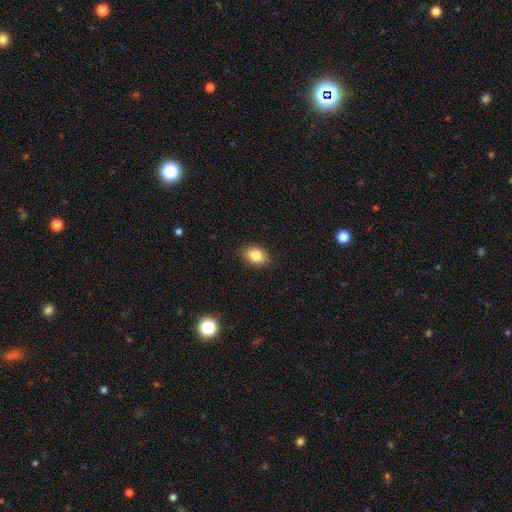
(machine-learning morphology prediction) A smooth galaxy with no disk features (84%) that is in between round and cigar-shaped (77%). Merging: none (89%).